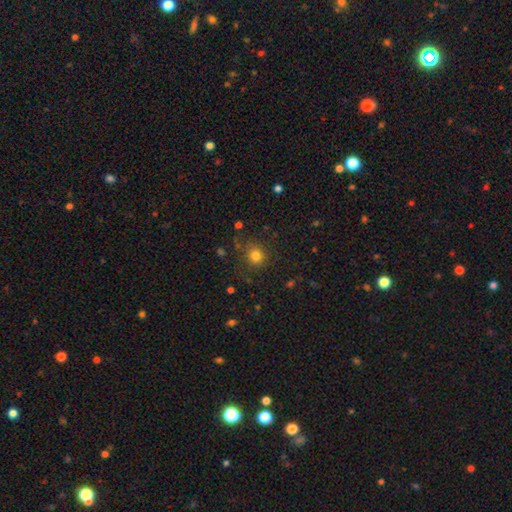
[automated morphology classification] smooth-or-featured: smooth: 79% | star or artifact: 15% | featured or disk: 6%
  how-rounded: round: 86% | in between: 13% | cigar-shaped: 1%
  merging: none: 83% | minor disturbance: 11% | major disturbance: 4% | merger: 2%